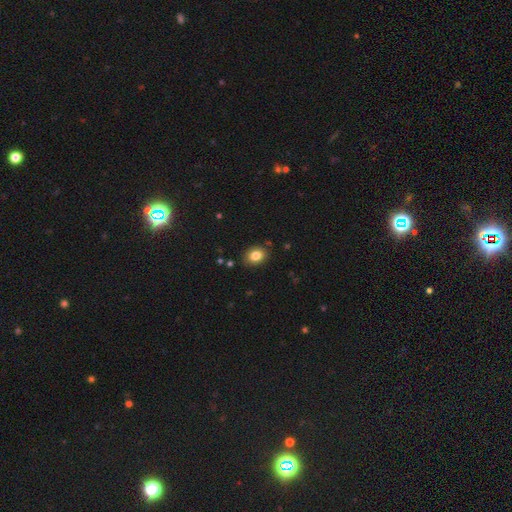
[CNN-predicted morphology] Smooth or featured: smooth — 83% (star or artifact — 9%)
How rounded: in between — 64% (round — 35%)
Merging: none — 86% (minor disturbance — 10%)